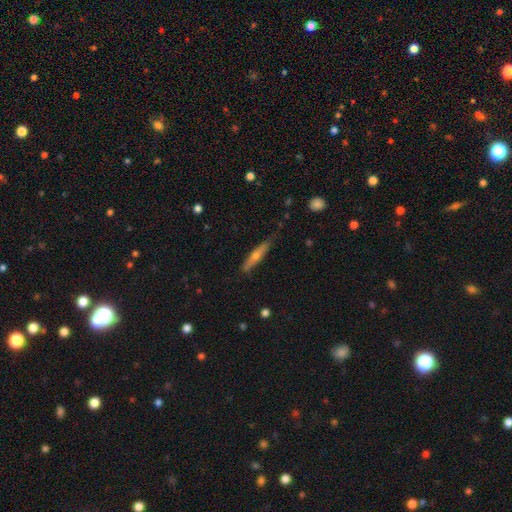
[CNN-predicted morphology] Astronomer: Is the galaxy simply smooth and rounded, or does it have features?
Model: featured or disk — 49% (runner-up: smooth, 44%).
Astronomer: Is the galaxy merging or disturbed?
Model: none — 81%.